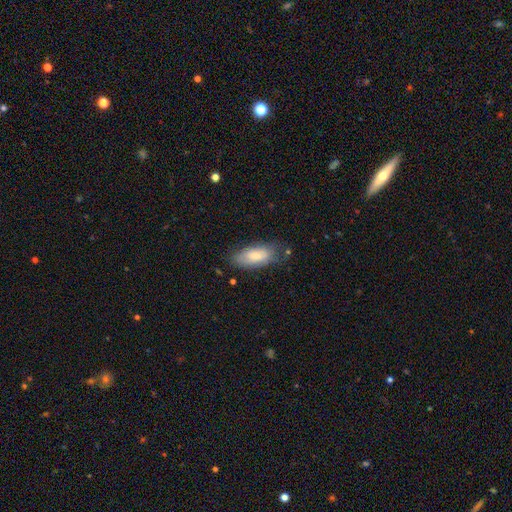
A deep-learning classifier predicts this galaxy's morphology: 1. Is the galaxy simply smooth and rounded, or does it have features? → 76% smooth, 17% featured or disk, 6% star or artifact.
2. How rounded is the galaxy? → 85% in between, 13% cigar-shaped, 2% round.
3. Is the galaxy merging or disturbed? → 66% none, 24% minor disturbance, 7% major disturbance, 2% merger.